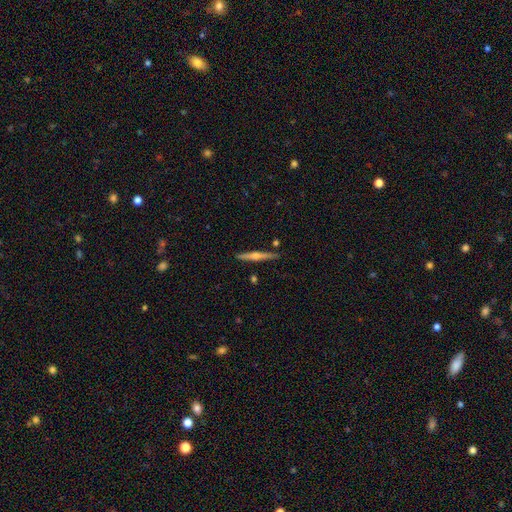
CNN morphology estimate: A featured or disk galaxy (71%) viewed edge-on (98%) with a rounded central bulge (84%). Merging: none (89%).